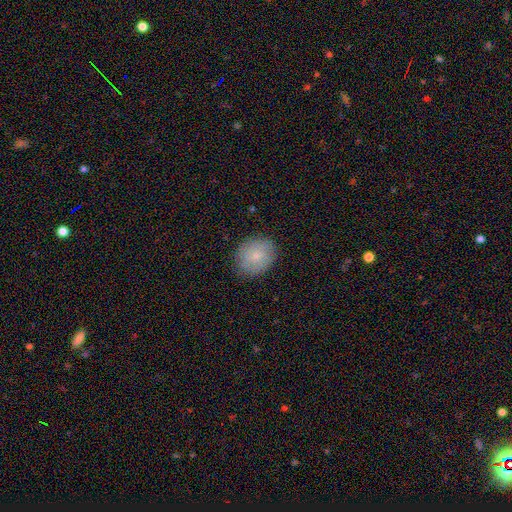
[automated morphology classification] A smooth galaxy with no disk features (71%) that is round (64%).

Vote fractions:
- Smooth or featured? smooth: 71% / featured or disk: 21% / star or artifact: 7%
- How rounded? round: 64% / in between: 35% / cigar-shaped: 1%
- Merging? none: 84% / minor disturbance: 12% / major disturbance: 3% / merger: 1%